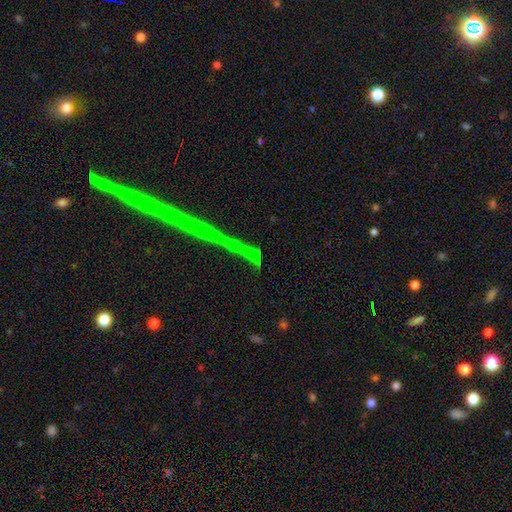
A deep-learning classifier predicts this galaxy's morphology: The model was most divided on "smooth or featured": star or artifact: 71%, smooth: 15%, featured or disk: 14%.